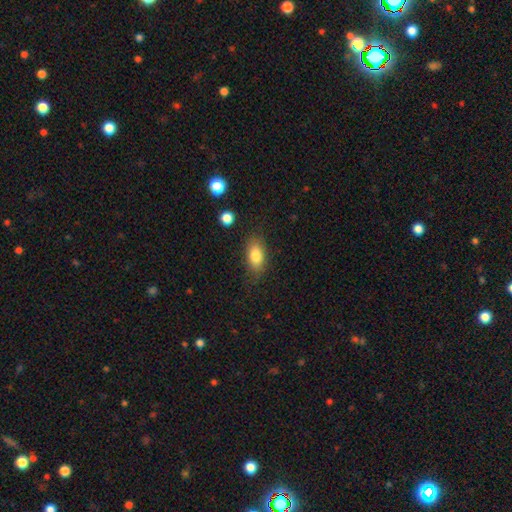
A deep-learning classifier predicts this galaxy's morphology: Overall: smooth (83%). How rounded: in between (87%). Merging: none (79%).